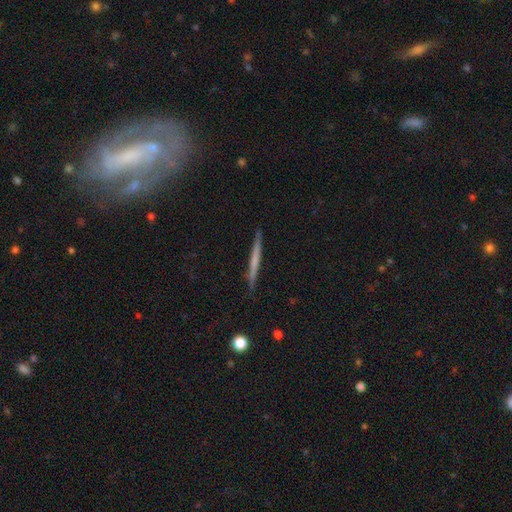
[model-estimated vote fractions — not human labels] Smooth or featured? Predicted: featured or disk (p=0.63). Edge-on disk? Predicted: yes (p=0.58). Merging? Predicted: none (p=0.76).